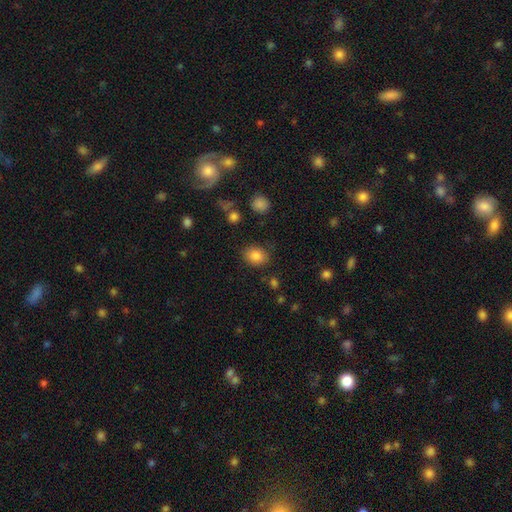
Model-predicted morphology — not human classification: A smooth galaxy with no disk features (84%) that is in between round and cigar-shaped (51%).

Vote fractions:
- Smooth or featured? smooth: 84% / star or artifact: 10% / featured or disk: 6%
- How rounded? in between: 51% / round: 48% / cigar-shaped: 1%
- Merging? none: 81% / minor disturbance: 12% / major disturbance: 4% / merger: 2%